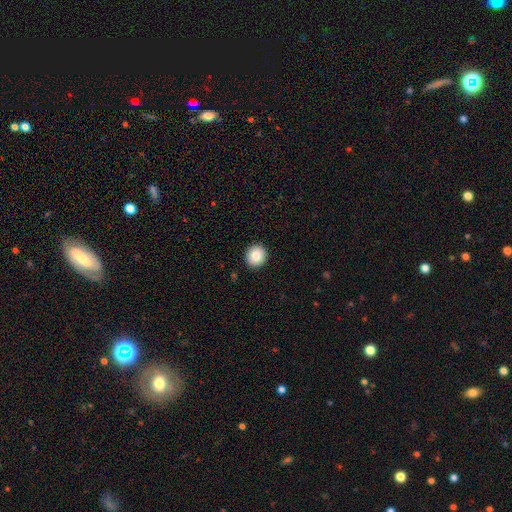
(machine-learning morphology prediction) This is clearly a smooth galaxy (85%). How rounded: clearly round (93%). Merging: clearly none (93%).